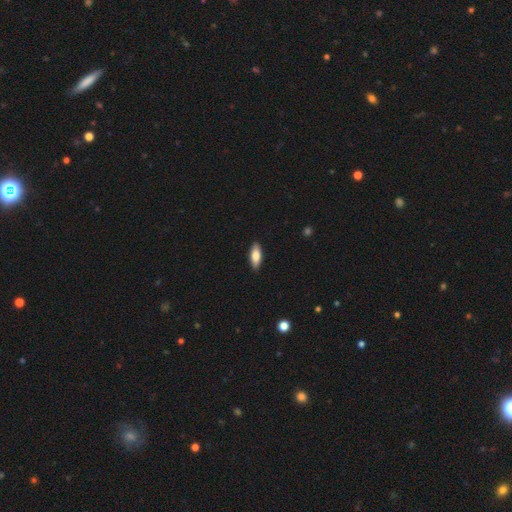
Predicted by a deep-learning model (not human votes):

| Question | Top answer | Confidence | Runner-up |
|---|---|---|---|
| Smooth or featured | smooth | 77% | featured or disk (17%) |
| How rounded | in between | 73% | cigar-shaped (24%) |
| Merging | none | 90% | minor disturbance (8%) |